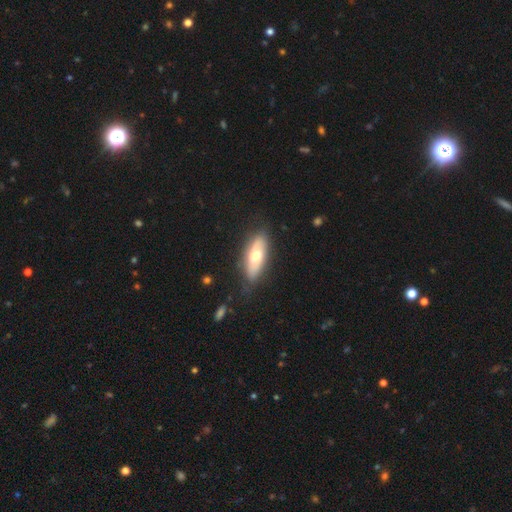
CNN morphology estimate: smooth_or_featured: smooth (p=0.52) [alt: featured or disk p=0.43]
how_rounded: in between (p=0.71) [alt: cigar-shaped p=0.27]
merging: none (p=0.77) [alt: minor disturbance p=0.17]